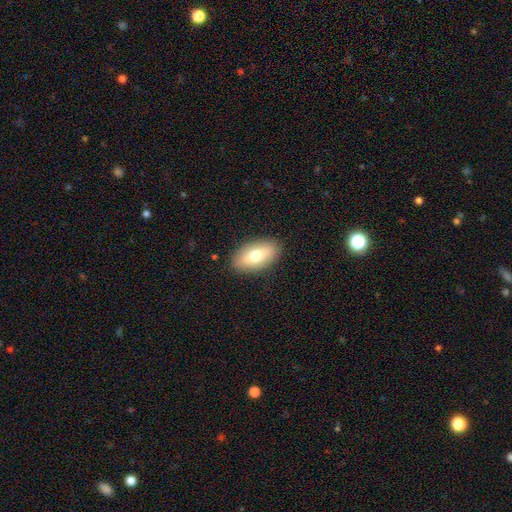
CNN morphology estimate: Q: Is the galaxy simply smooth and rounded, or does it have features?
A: smooth — 70%.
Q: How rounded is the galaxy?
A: in between — 91%.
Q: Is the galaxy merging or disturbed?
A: none — 87%.